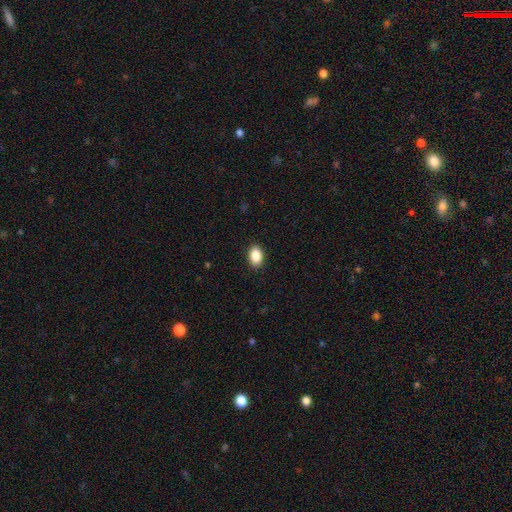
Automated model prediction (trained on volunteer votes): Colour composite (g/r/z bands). It shows a smooth galaxy with no disk features (89%) that is in between round and cigar-shaped (86%). Merging: none (90%).